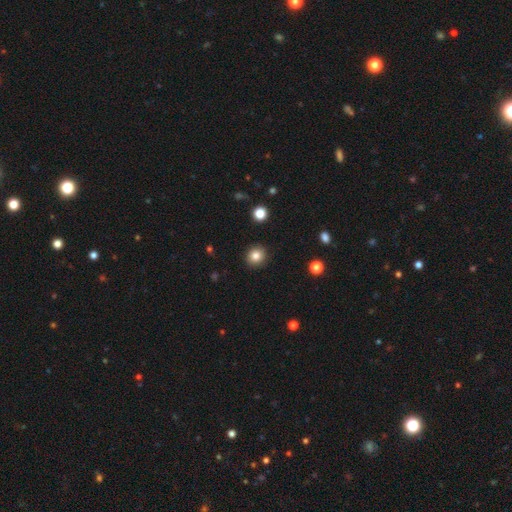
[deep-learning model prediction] Q: Smooth or featured?
A: smooth (83%); runner-up: star or artifact (11%)
Q: How rounded?
A: round (87%); runner-up: in between (12%)
Q: Merging?
A: none (91%); runner-up: minor disturbance (5%)